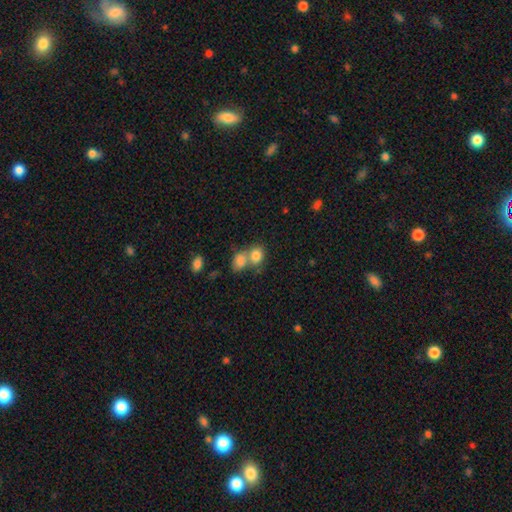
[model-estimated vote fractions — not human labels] This appears to be a smooth galaxy with no disk features (81%) that is in between round and cigar-shaped (58%). Merging: merger (59%).